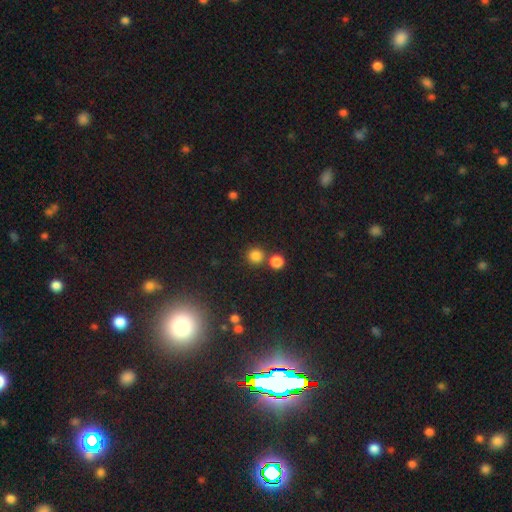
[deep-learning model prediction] Smooth or featured? Predicted: smooth (p=0.81). How rounded? Predicted: round (p=0.92). Merging? Predicted: none (p=0.73).